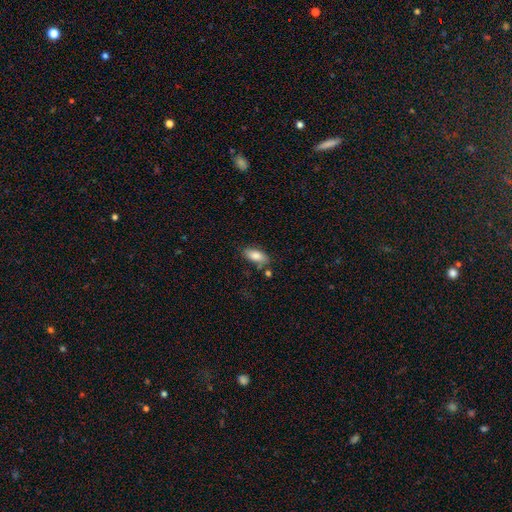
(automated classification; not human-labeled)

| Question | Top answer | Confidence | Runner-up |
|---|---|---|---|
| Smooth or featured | smooth | 84% | featured or disk (9%) |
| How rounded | in between | 87% | cigar-shaped (11%) |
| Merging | none | 72% | minor disturbance (17%) |